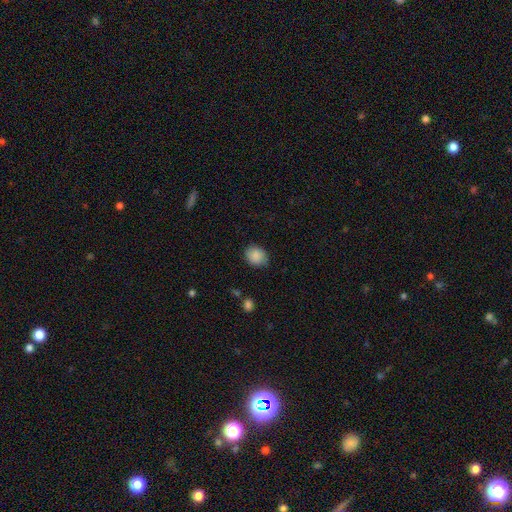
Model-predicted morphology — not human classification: This appears to be a smooth galaxy with no disk features (88%) that is round (61%). Merging: none (79%).